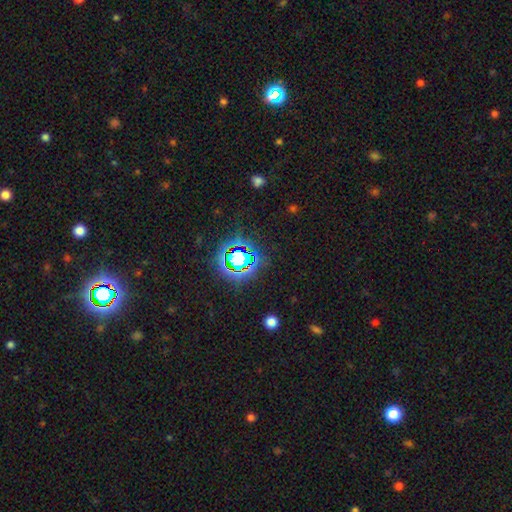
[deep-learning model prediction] A star or artifact, not a galaxy (81%).

Vote fractions:
- Smooth or featured? star or artifact: 81% / smooth: 12% / featured or disk: 7%